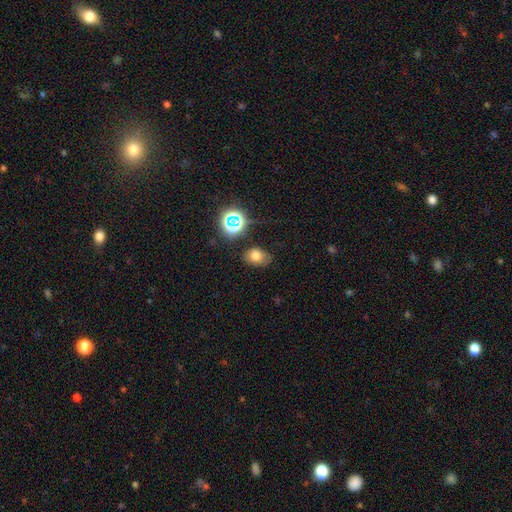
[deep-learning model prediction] smooth-or-featured: smooth: 72% | star or artifact: 17% | featured or disk: 11%
  how-rounded: in between: 73% | round: 26% | cigar-shaped: 1%
  merging: none: 73% | minor disturbance: 18% | major disturbance: 5% | merger: 3%